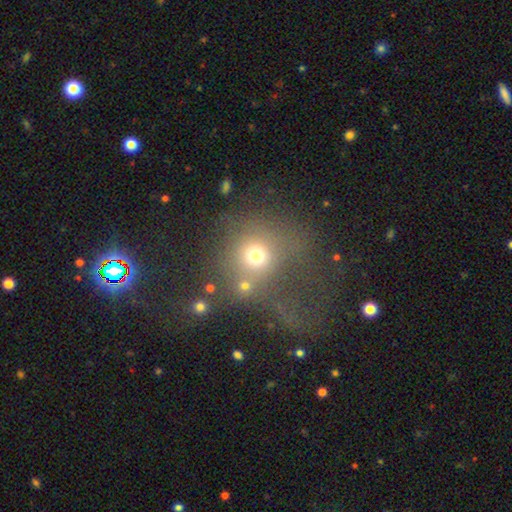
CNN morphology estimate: smooth-or-featured: smooth: 66% | star or artifact: 20% | featured or disk: 13%
  how-rounded: round: 80% | in between: 18% | cigar-shaped: 2%
  merging: none: 47% | merger: 24% | major disturbance: 15% | minor disturbance: 14%